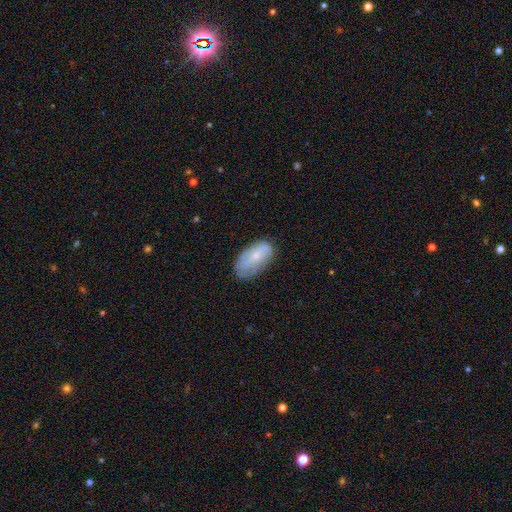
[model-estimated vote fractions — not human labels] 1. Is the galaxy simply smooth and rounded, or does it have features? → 52% smooth, 40% featured or disk, 7% star or artifact.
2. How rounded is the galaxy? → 91% in between, 5% cigar-shaped, 4% round.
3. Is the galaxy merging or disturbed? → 68% none, 24% minor disturbance, 6% major disturbance, 1% merger.